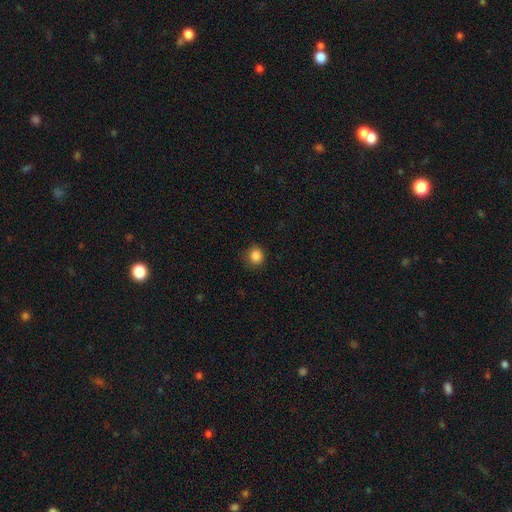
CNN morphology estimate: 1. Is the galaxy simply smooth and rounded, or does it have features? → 86% smooth, 11% star or artifact, 3% featured or disk.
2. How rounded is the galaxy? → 84% round, 15% in between, 1% cigar-shaped.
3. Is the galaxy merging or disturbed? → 84% none, 12% minor disturbance, 3% major disturbance, 1% merger.